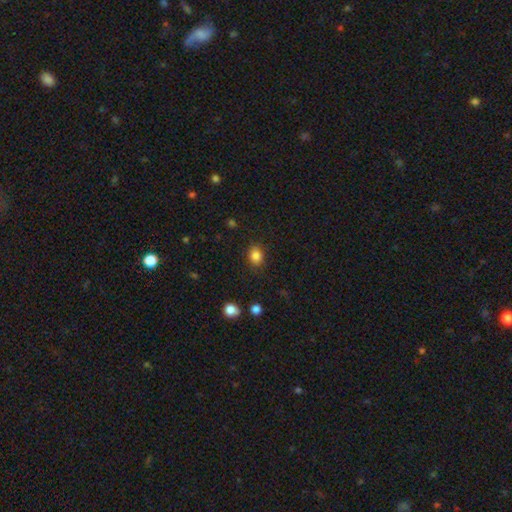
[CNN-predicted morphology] This is clearly a smooth galaxy (84%). How rounded: possibly round (53%). Merging: clearly none (85%).